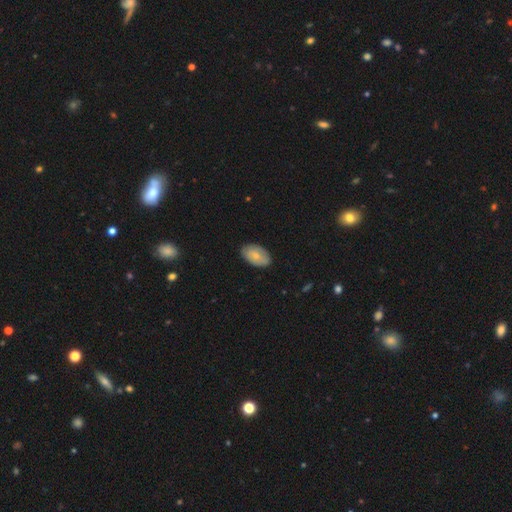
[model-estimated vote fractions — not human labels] Morphology: type=smooth (73%); roundness=in between (92%); merging=none (85%).